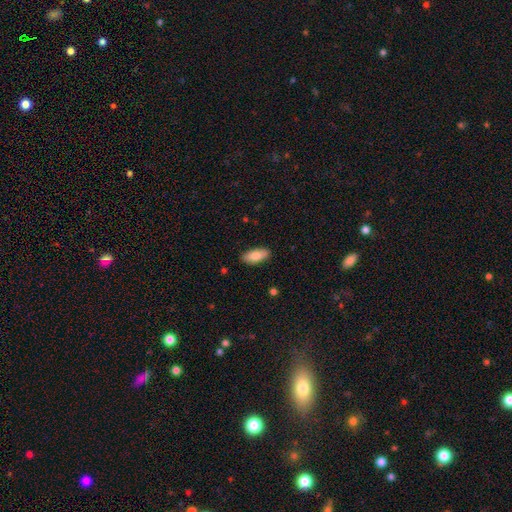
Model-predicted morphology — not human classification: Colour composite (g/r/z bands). It shows a smooth galaxy with no disk features (83%) that is in between round and cigar-shaped (86%). Merging: none (87%).